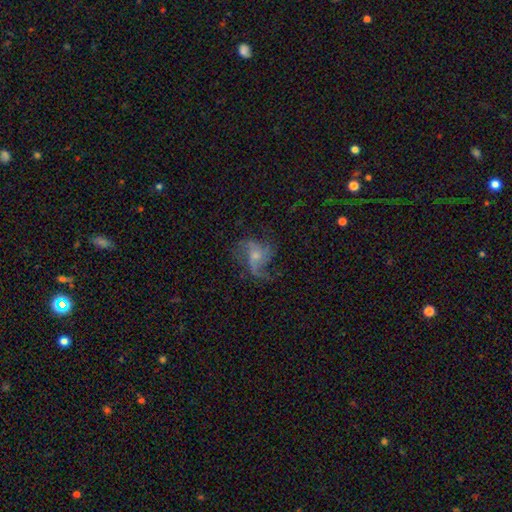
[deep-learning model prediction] Smooth or featured: featured or disk — 74% (smooth — 15%)
Edge-on disk: no — 98% (yes — 2%)
Bar: no — 67% (weak — 28%)
Spiral arms: yes — 89% (no — 11%)
Spiral winding: loose — 56% (medium — 36%)
Spiral arm count: 3 — 42% (2 — 18%)
Bulge size: small — 53% (moderate — 34%)
Merging: none — 52% (major disturbance — 26%)